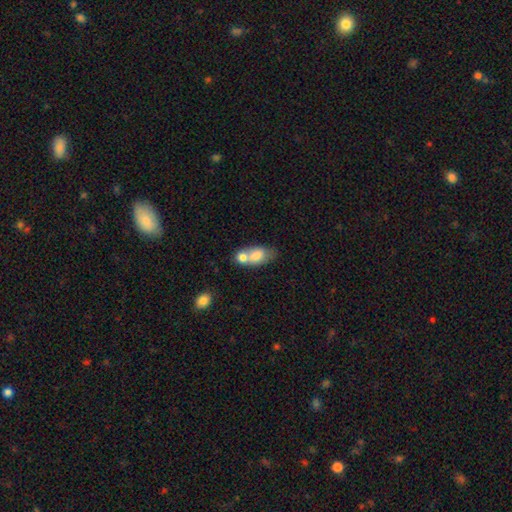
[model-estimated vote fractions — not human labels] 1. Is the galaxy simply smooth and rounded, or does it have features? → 73% smooth, 19% featured or disk, 8% star or artifact.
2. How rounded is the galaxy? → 81% in between, 14% round, 5% cigar-shaped.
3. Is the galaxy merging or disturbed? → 55% merger, 29% none, 11% minor disturbance, 6% major disturbance.